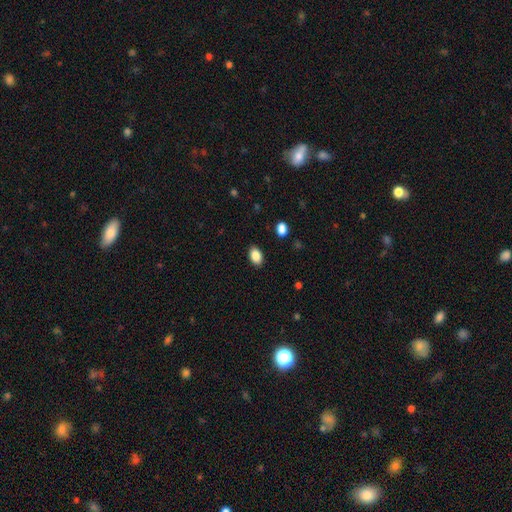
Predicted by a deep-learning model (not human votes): The model was most divided on "how rounded": in between: 87%, round: 12%, cigar-shaped: 1%. More confident: merging — none (89%); smooth or featured — smooth (88%).